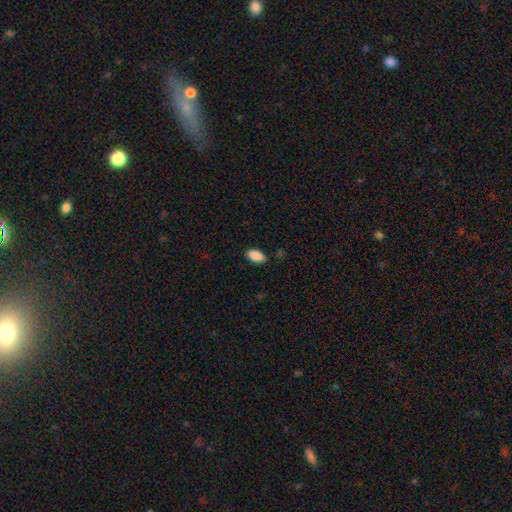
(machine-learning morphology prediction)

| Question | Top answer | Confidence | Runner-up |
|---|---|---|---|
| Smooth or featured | smooth | 90% | star or artifact (7%) |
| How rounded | in between | 93% | cigar-shaped (4%) |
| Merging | none | 87% | minor disturbance (10%) |